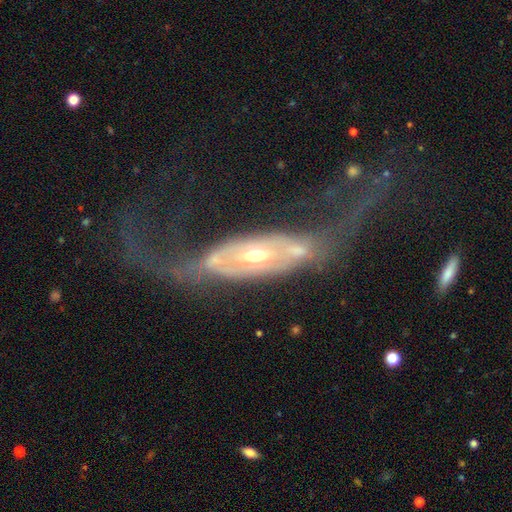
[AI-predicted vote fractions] The model was most divided on "merging": major disturbance: 44%, none: 31%, minor disturbance: 15%, merger: 11%. More confident: edge-on disk — no (82%); smooth or featured — featured or disk (77%); bulge size — moderate (70%); spiral arms — yes (60%); bar — no (60%).